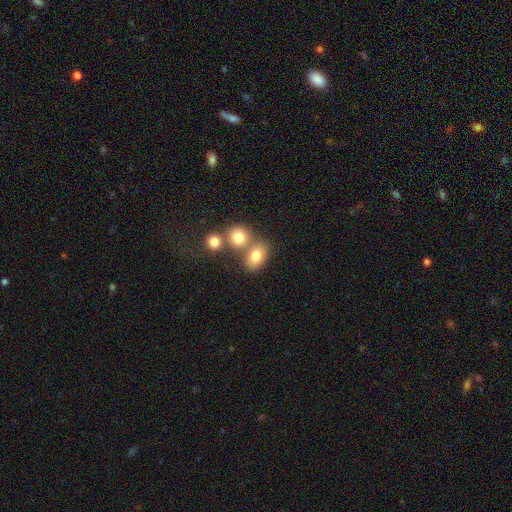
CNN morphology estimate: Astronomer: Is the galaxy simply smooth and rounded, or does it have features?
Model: smooth — 78%.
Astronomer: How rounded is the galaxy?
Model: in between — 61% (runner-up: round, 37%).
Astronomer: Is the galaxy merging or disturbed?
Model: none — 51% (runner-up: merger, 36%).